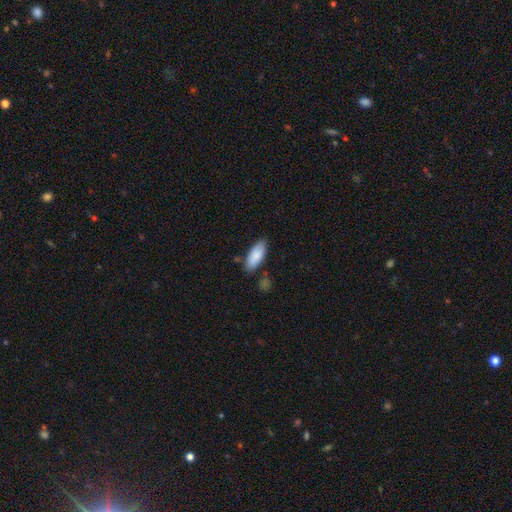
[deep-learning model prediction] smooth-or-featured: smooth: 86% | featured or disk: 8% | star or artifact: 6%
  how-rounded: in between: 81% | cigar-shaped: 17% | round: 2%
  merging: none: 77% | minor disturbance: 15% | merger: 5% | major disturbance: 3%